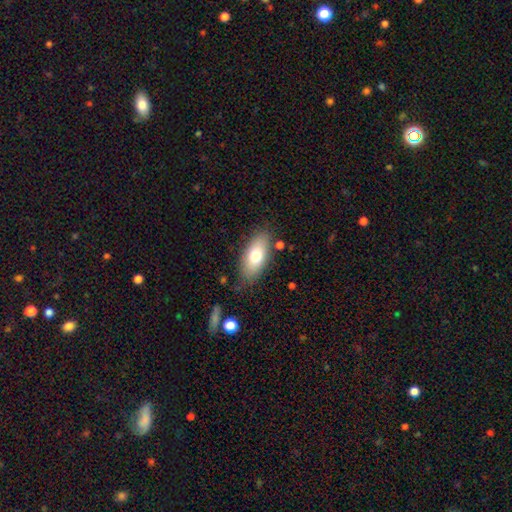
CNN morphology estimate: A smooth galaxy with no disk features (72%) that is in between round and cigar-shaped (88%).

Vote fractions:
- Smooth or featured? smooth: 72% / featured or disk: 21% / star or artifact: 7%
- How rounded? in between: 88% / cigar-shaped: 9% / round: 3%
- Merging? none: 77% / minor disturbance: 16% / major disturbance: 4% / merger: 3%